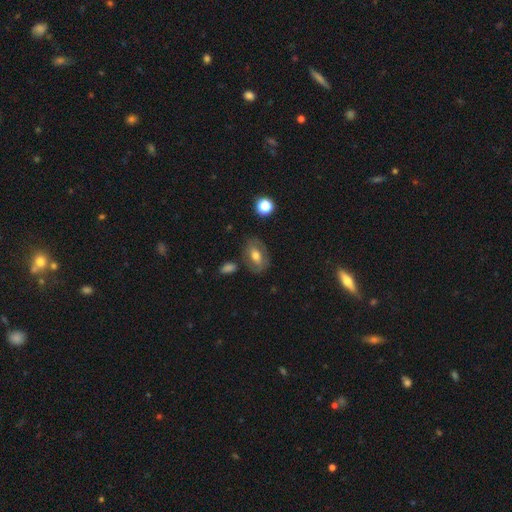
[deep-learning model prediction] Q: Smooth or featured?
A: smooth (53%); runner-up: featured or disk (38%)
Q: How rounded?
A: in between (79%); runner-up: round (19%)
Q: Merging?
A: none (73%); runner-up: minor disturbance (16%)